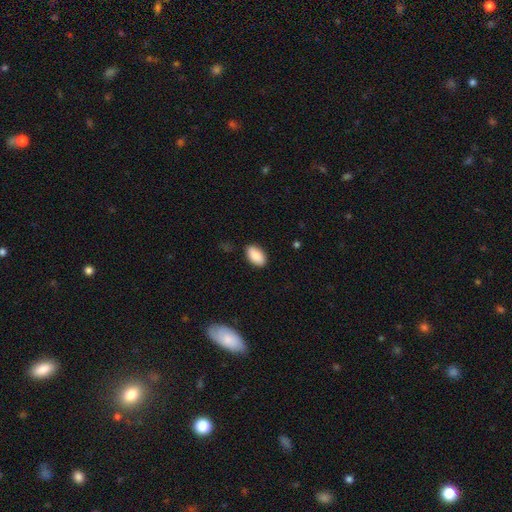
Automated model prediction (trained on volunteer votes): Smooth or featured?
  - smooth: 88% *
  - star or artifact: 7%
  - featured or disk: 5%
How rounded?
  - in between: 93% *
  - round: 4%
  - cigar-shaped: 2%
Merging?
  - none: 86% *
  - minor disturbance: 11%
  - major disturbance: 2%
  - merger: 1%